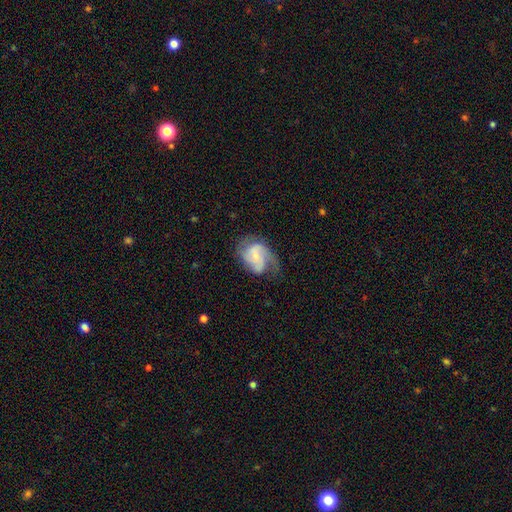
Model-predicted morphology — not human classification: type=featured or disk (72%); edge-on=no (98%); bar=no (47%); spiral arms=yes (92%); winding=medium (48%); arm count=2 (52%); bulge=small (59%); merging=none (47%).